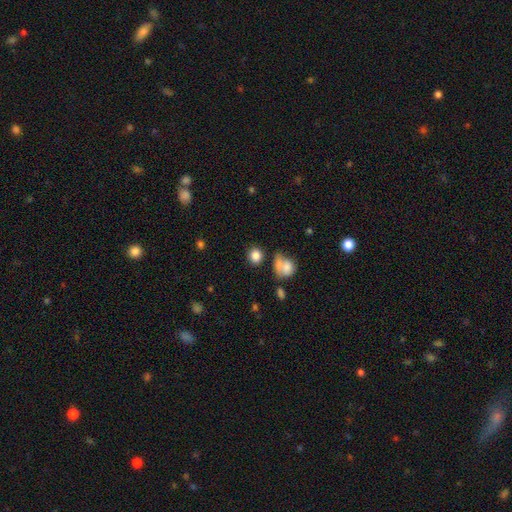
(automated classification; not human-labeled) A smooth galaxy with no disk features (84%) that is round (78%). Merging: none (71%).